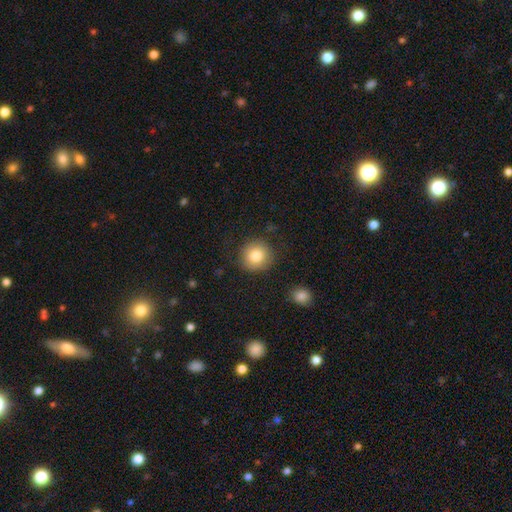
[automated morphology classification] Smooth or featured? smooth (83%)
How rounded? round (92%)
Merging? none (84%)